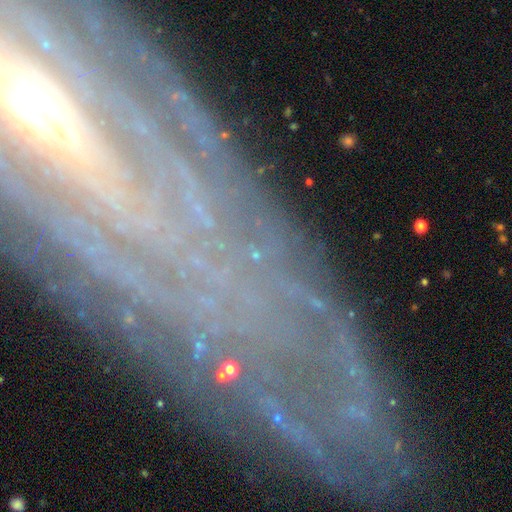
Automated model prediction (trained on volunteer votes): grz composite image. It shows a featured or disk galaxy (65%) with no bar (57%), spiral arms (82%) and a small central bulge (48%). Merging: none (74%).